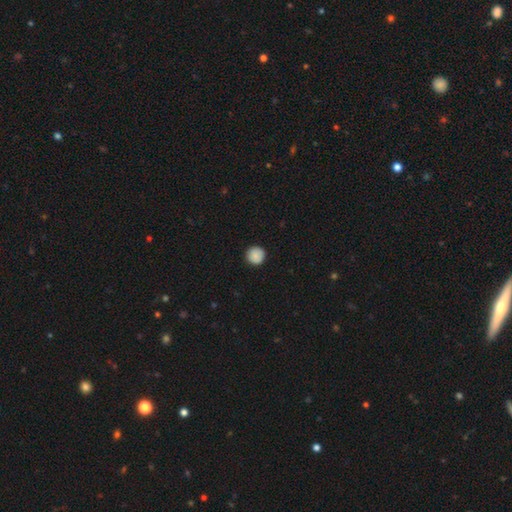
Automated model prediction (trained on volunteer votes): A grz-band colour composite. It shows a smooth galaxy with no disk features (87%) that is round (96%). Merging: none (90%).